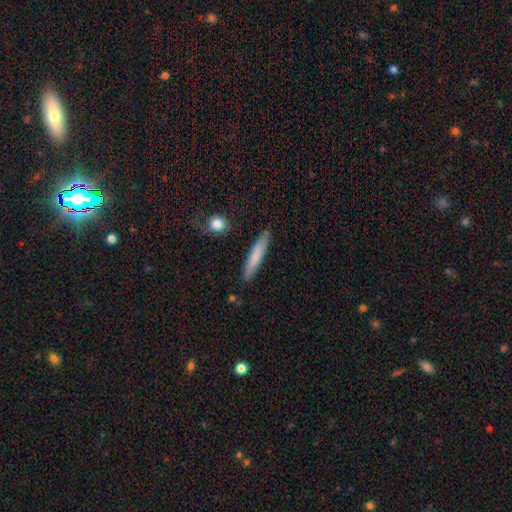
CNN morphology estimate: smooth 74%, featured or disk 21%, star or artifact 6%. Down the decision tree: how rounded — cigar-shaped (90%); merging — none (86%).